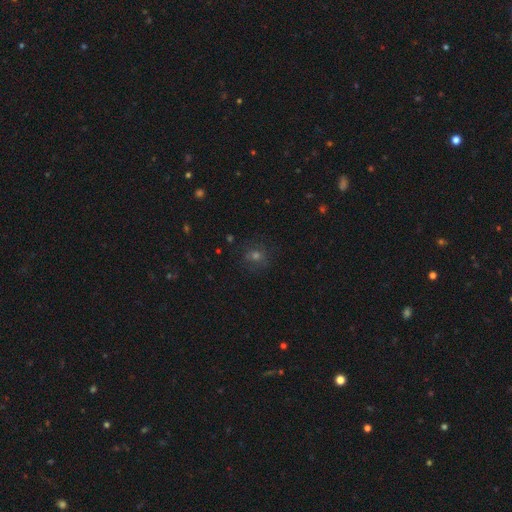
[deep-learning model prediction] smooth 50%, star or artifact 34%, featured or disk 16%. Down the decision tree: how rounded — round (83%); merging — none (82%).